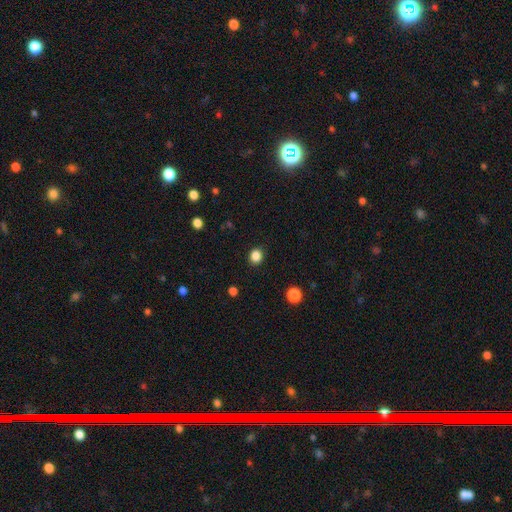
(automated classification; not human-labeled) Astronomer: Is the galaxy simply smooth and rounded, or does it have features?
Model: smooth — 86%.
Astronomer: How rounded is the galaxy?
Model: round — 73%.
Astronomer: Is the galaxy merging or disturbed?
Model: none — 90%.